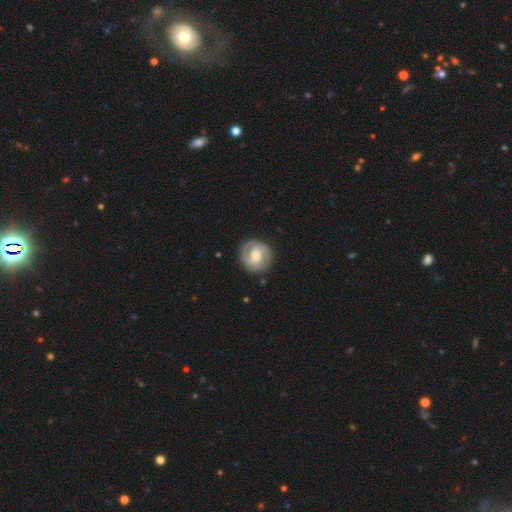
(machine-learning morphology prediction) smooth_or_featured: featured or disk (p=0.67) [alt: smooth p=0.27]
disk_edge_on: no (p=0.97) [alt: yes p=0.03]
bar: weak (p=0.46) [alt: no p=0.38]
has_spiral_arms: yes (p=0.86) [alt: no p=0.14]
spiral_winding: tight (p=0.46) [alt: medium p=0.40]
spiral_arm_count: 2 (p=0.78) [alt: can't tell p=0.11]
bulge_size: moderate (p=0.62) [alt: small p=0.32]
merging: none (p=0.85) [alt: minor disturbance p=0.11]